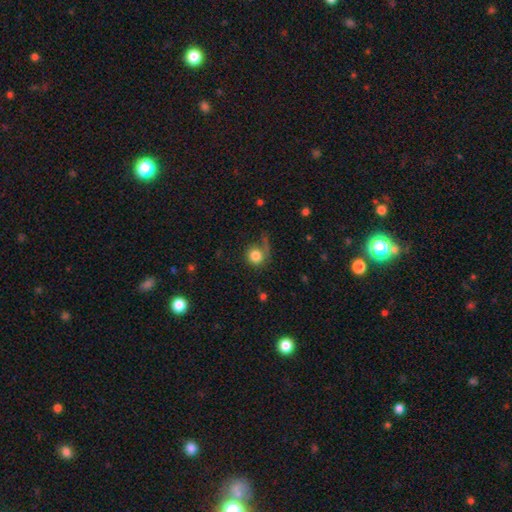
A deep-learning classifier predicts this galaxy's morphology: A smooth galaxy with no disk features (81%) that is round (88%).

Vote fractions:
- Smooth or featured? smooth: 81% / star or artifact: 10% / featured or disk: 9%
- How rounded? round: 88% / in between: 11% / cigar-shaped: 1%
- Merging? none: 56% / minor disturbance: 19% / major disturbance: 19% / merger: 6%